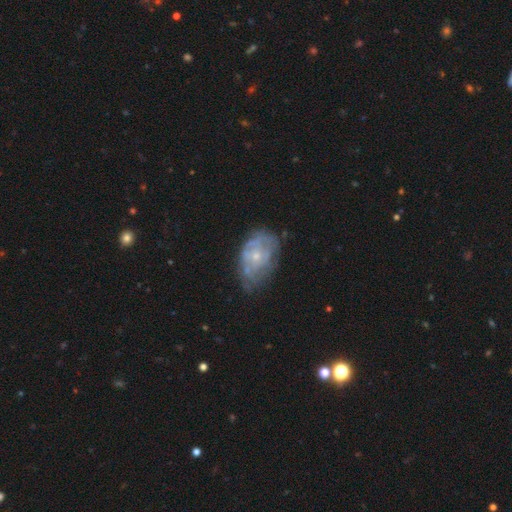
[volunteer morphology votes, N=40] featured or disk 57%, smooth 38%, star or artifact 5%. Down the decision tree: edge-on disk — no (96%); bar — no (77%); spiral arms — yes (50%, tied with no); spiral arm count — 2 (45%, tied with can't tell); spiral winding — tight (55%); bulge size — small (59%); merging — none (39%, tied with minor disturbance).